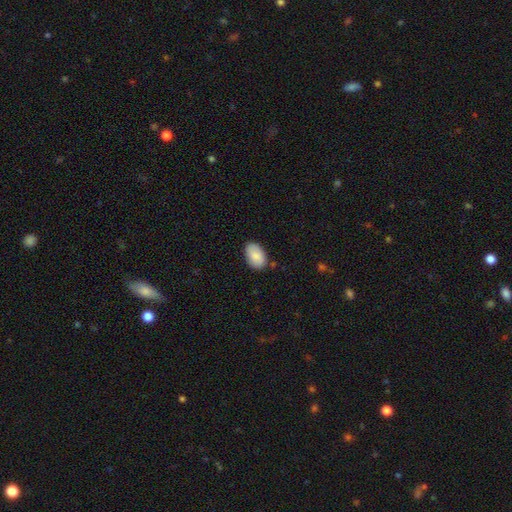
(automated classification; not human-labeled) smooth 86%, featured or disk 8%, star or artifact 6%. Down the decision tree: how rounded — in between (94%); merging — none (80%).